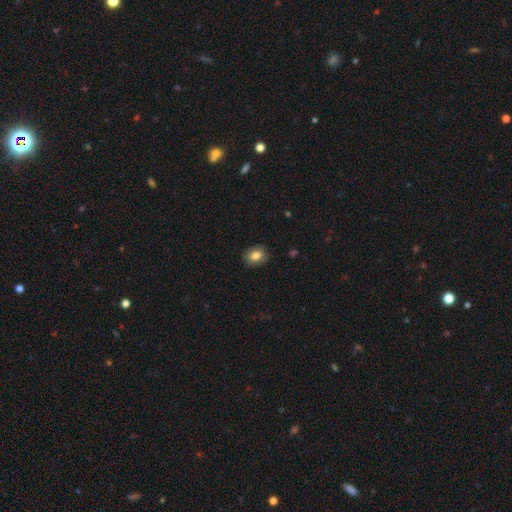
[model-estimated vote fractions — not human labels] Smooth or featured: smooth — 82% (featured or disk — 9%)
How rounded: in between — 56% (round — 43%)
Merging: none — 86% (minor disturbance — 11%)